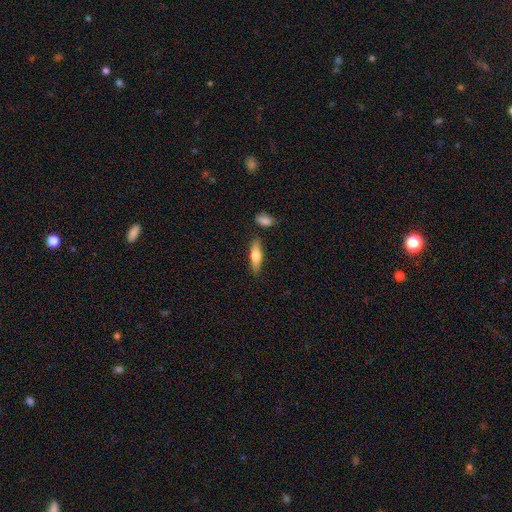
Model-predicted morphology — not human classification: A smooth galaxy with no disk features (60%) that is cigar-shaped (54%). Merging: none (81%).